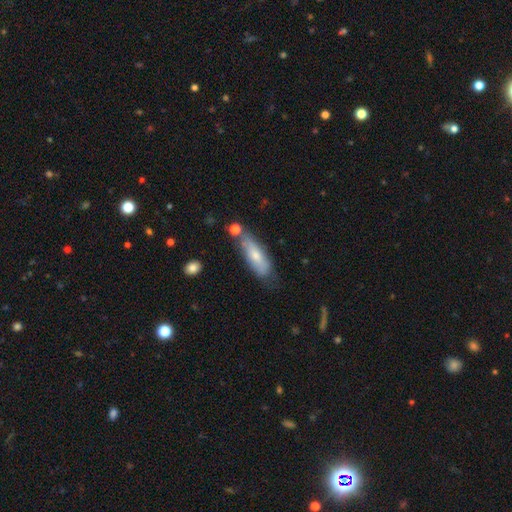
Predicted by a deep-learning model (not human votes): This is likely a smooth galaxy (63%). How rounded: possibly in between (51%). Merging: possibly none (55%).